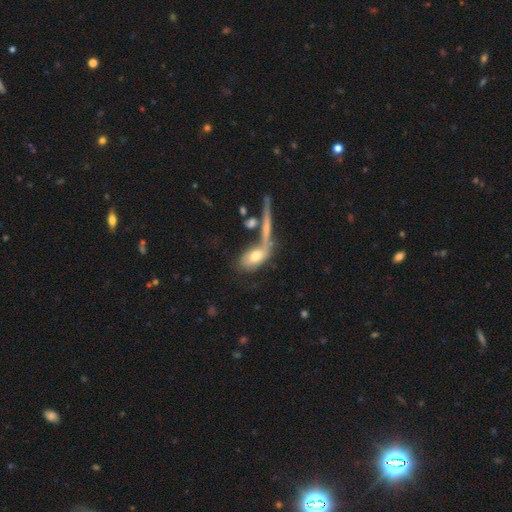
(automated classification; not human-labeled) A smooth galaxy with no disk features (66%) that is in between round and cigar-shaped (79%).

Vote fractions:
- Smooth or featured? smooth: 66% / featured or disk: 26% / star or artifact: 8%
- How rounded? in between: 79% / cigar-shaped: 14% / round: 7%
- Merging? none: 42% / merger: 31% / minor disturbance: 16% / major disturbance: 10%